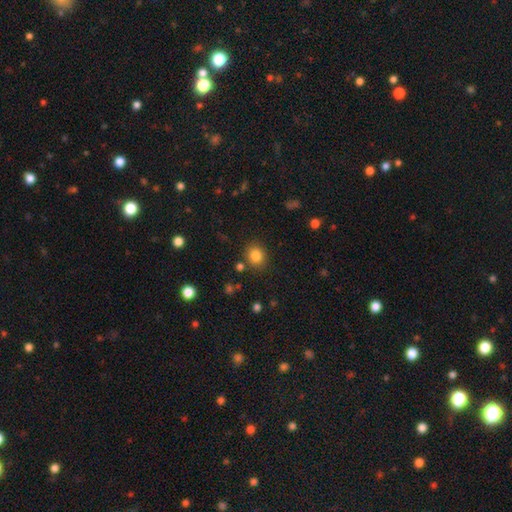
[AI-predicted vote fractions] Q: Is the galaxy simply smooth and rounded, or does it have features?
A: smooth — 83%.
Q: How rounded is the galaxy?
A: round — 75%.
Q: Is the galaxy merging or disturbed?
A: none — 84%.